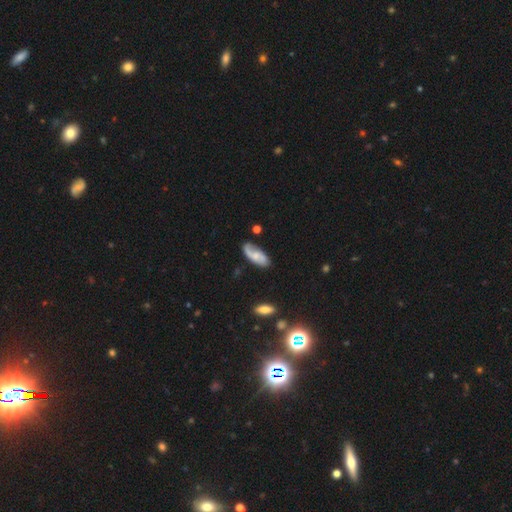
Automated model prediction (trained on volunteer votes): The model was most divided on "bulge size": small: 42%, moderate: 28%, none: 24%, large: 4%, dominant: 1%. More confident: edge-on disk — no (92%); spiral arms — yes (89%); merging — none (65%); bar — no (60%); smooth or featured — featured or disk (56%).